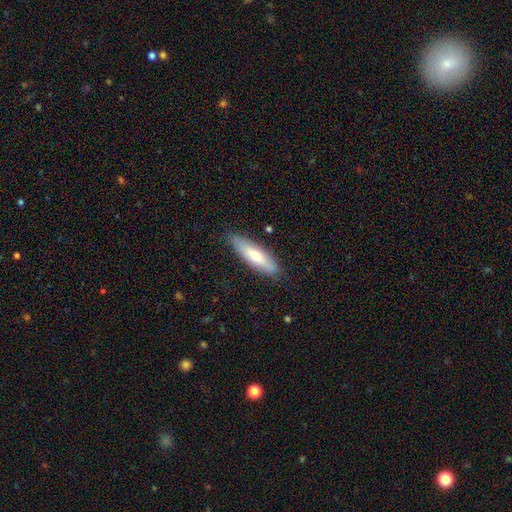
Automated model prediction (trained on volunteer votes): The model was most divided on "how rounded": cigar-shaped: 55%, in between: 44%, round: 2%. More confident: merging — none (84%); smooth or featured — smooth (61%).